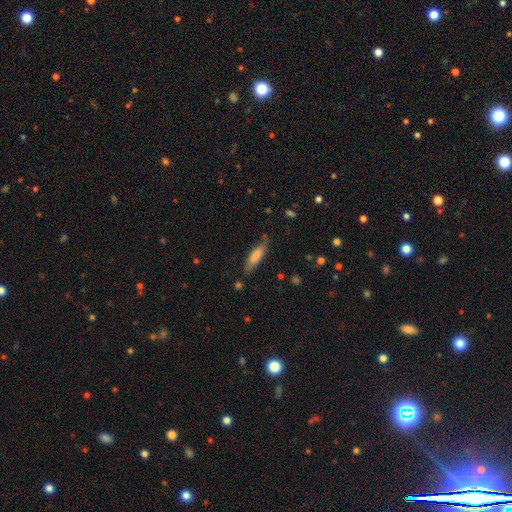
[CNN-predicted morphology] smooth_or_featured: smooth (p=0.74) [alt: featured or disk p=0.20]
how_rounded: cigar-shaped (p=0.65) [alt: in between p=0.34]
merging: none (p=0.73) [alt: minor disturbance p=0.20]